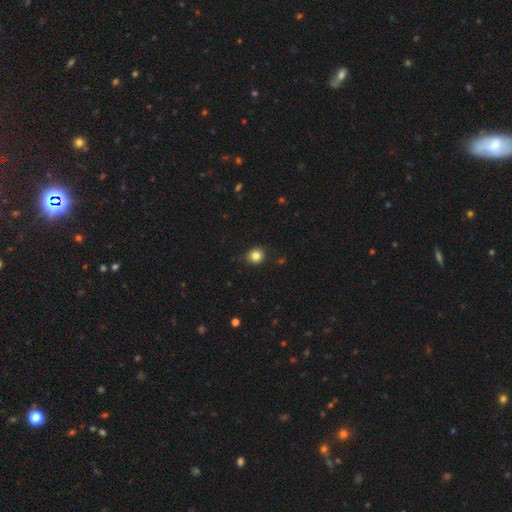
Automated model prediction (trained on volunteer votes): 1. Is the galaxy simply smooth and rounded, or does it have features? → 83% smooth, 11% star or artifact, 6% featured or disk.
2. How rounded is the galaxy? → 83% round, 16% in between, 1% cigar-shaped.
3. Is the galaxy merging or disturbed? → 86% none, 11% minor disturbance, 2% major disturbance, 1% merger.